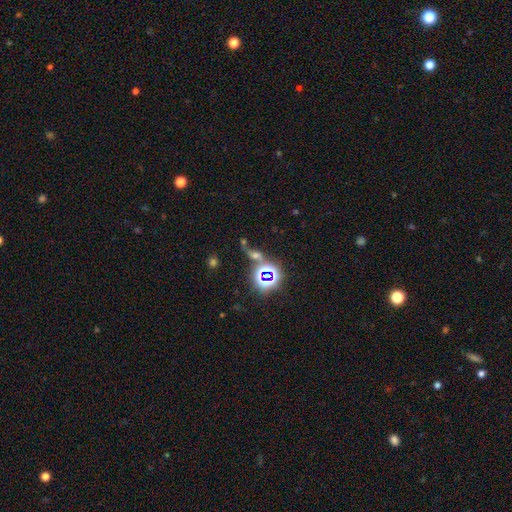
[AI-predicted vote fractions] A star or artifact, not a galaxy (52%).

Vote fractions:
- Smooth or featured? star or artifact: 52% / smooth: 30% / featured or disk: 18%